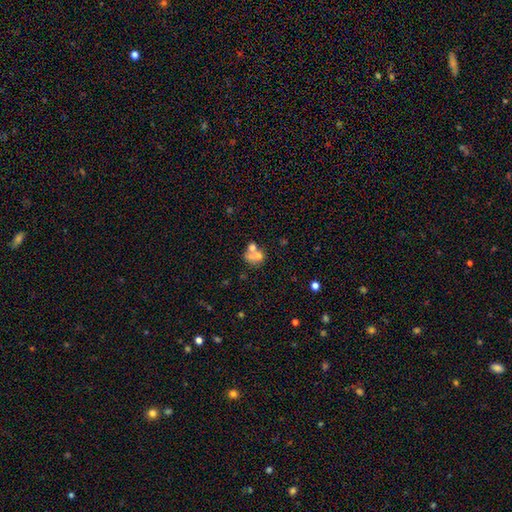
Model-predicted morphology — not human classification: This appears to be a smooth galaxy with no disk features (57%) that is round (60%). Merging: merger (56%).